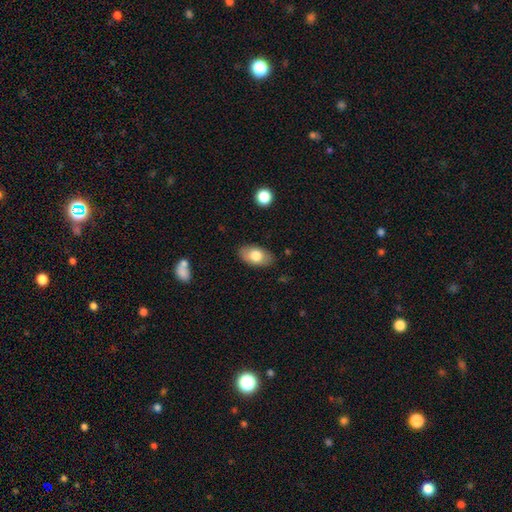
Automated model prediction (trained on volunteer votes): Morphology: type=smooth (75%); roundness=in between (92%); merging=none (84%).